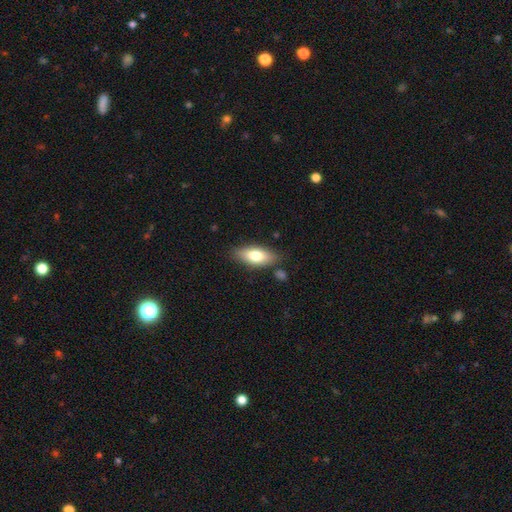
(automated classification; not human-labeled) Smooth or featured: smooth — 74% (featured or disk — 19%)
How rounded: in between — 83% (cigar-shaped — 14%)
Merging: none — 80% (minor disturbance — 13%)